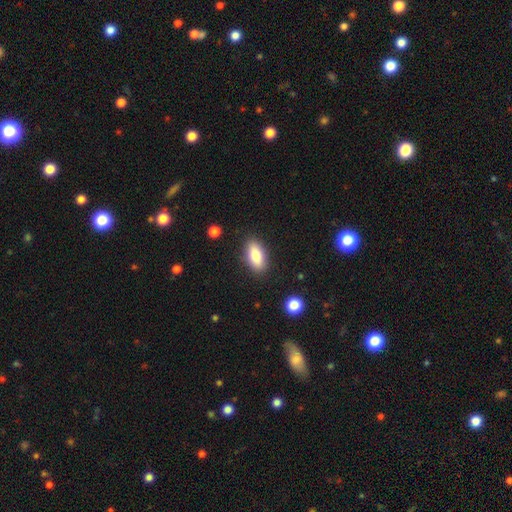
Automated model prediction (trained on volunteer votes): smooth_or_featured: smooth (p=0.81) [alt: featured or disk p=0.12]
how_rounded: in between (p=0.86) [alt: cigar-shaped p=0.11]
merging: none (p=0.87) [alt: minor disturbance p=0.09]